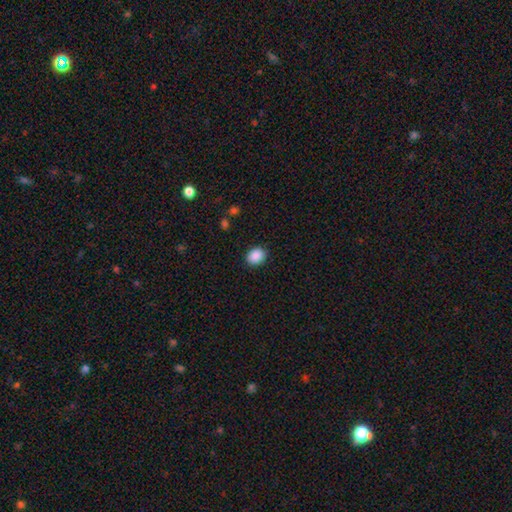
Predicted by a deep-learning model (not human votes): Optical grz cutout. It shows a smooth galaxy with no disk features (89%) that is round (50%). Merging: none (88%).